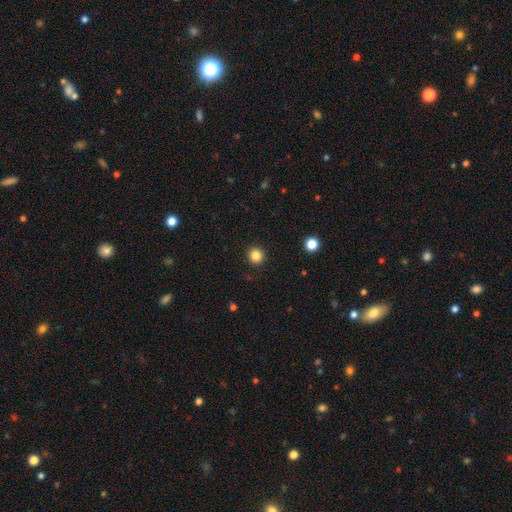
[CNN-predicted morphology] smooth-or-featured: smooth: 84% | star or artifact: 12% | featured or disk: 4%
  how-rounded: round: 93% | in between: 6% | cigar-shaped: 1%
  merging: none: 91% | minor disturbance: 6% | major disturbance: 2% | merger: 1%